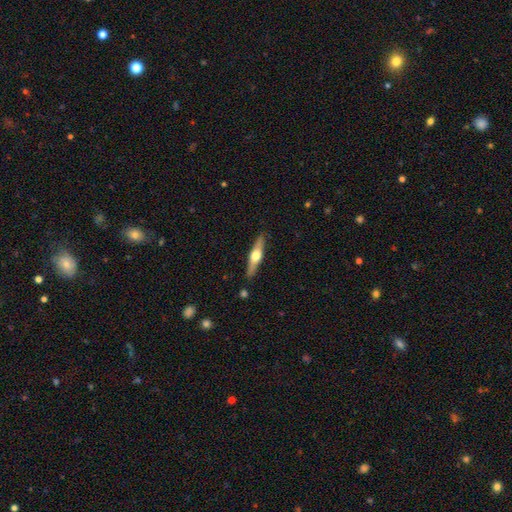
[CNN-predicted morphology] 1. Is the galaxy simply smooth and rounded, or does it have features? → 61% featured or disk, 33% smooth, 5% star or artifact.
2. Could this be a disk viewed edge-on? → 95% yes, 5% no.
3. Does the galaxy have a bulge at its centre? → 94% rounded, 4% boxy, 2% none.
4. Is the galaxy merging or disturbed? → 87% none, 9% minor disturbance, 2% merger, 2% major disturbance.